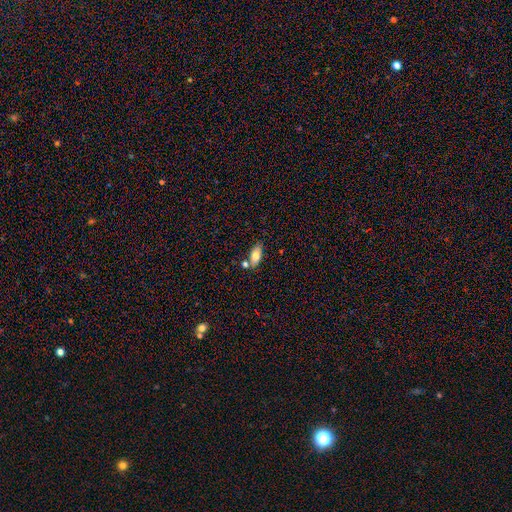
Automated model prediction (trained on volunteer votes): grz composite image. It shows a smooth galaxy with no disk features (73%) that is in between round and cigar-shaped (87%). Merging: none (73%).